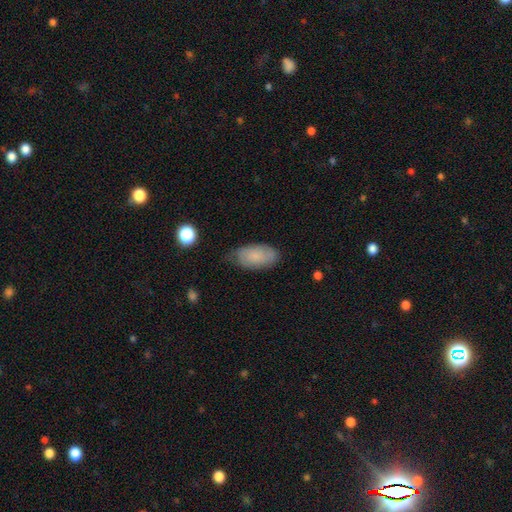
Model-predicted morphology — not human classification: A smooth galaxy with no disk features (74%) that is in between round and cigar-shaped (93%). Merging: none (65%).